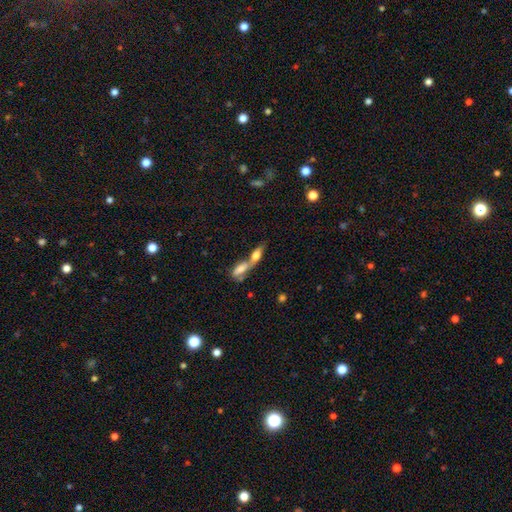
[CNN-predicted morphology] Smooth or featured? smooth (63%)
How rounded? in between (60%)
Merging? merger (72%)